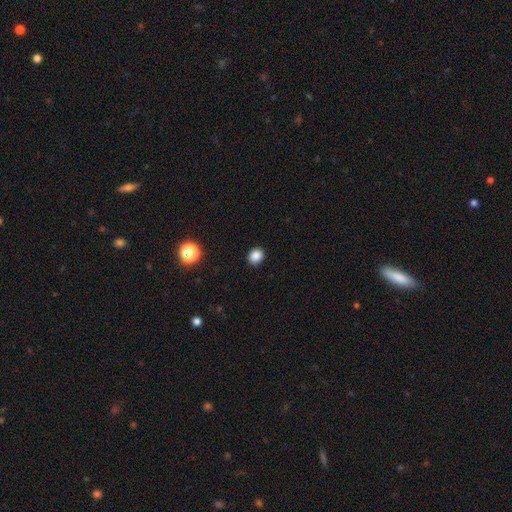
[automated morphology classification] Smooth or featured? Predicted: smooth (p=0.85). How rounded? Predicted: round (p=0.71). Merging? Predicted: none (p=0.90).